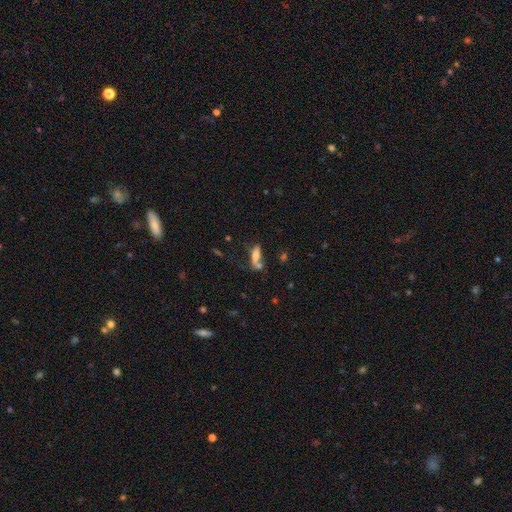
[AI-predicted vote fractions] Smooth or featured? Predicted: smooth (p=0.58). How rounded? Predicted: in between (p=0.52). Merging? Predicted: none (p=0.43).